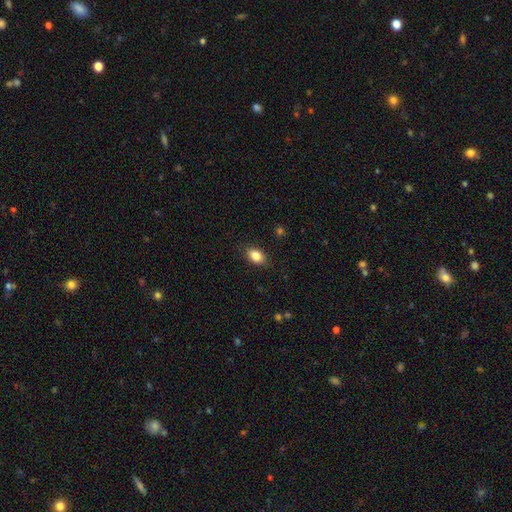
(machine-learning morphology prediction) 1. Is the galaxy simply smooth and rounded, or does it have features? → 85% smooth, 9% star or artifact, 6% featured or disk.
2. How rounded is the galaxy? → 82% in between, 16% round, 2% cigar-shaped.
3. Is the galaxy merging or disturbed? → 86% none, 10% minor disturbance, 2% major disturbance, 1% merger.